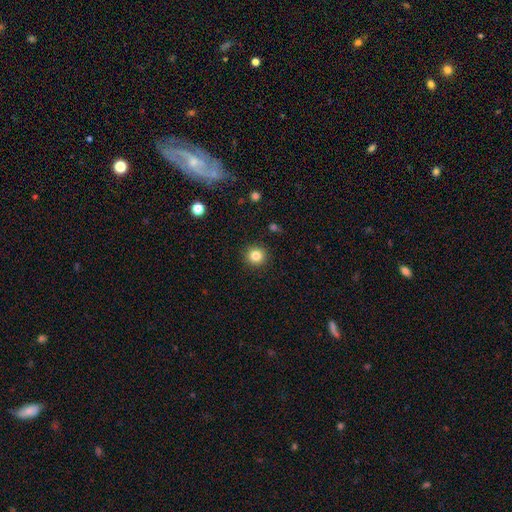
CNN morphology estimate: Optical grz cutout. It shows a smooth galaxy with no disk features (83%) that is round (95%). Merging: none (92%).